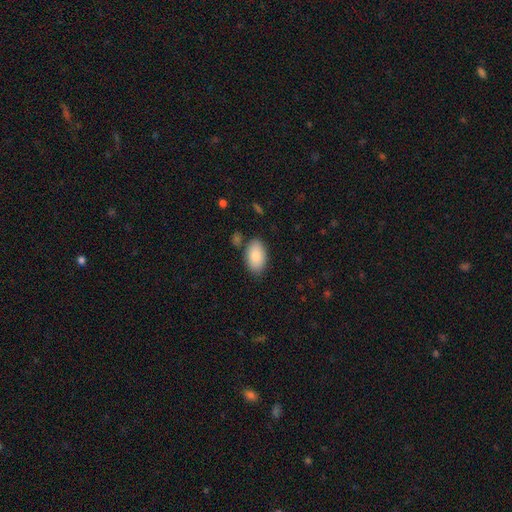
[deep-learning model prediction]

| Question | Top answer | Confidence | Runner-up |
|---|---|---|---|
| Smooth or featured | smooth | 85% | featured or disk (9%) |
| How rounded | in between | 94% | round (4%) |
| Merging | none | 81% | minor disturbance (12%) |